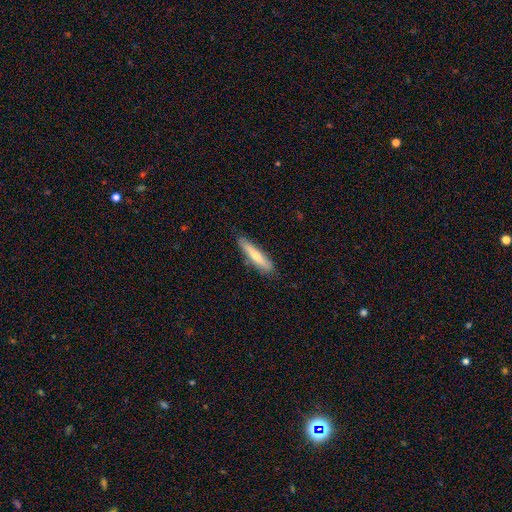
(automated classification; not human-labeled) smooth 62%, featured or disk 32%, star or artifact 6%. Down the decision tree: how rounded — cigar-shaped (85%); merging — none (83%).